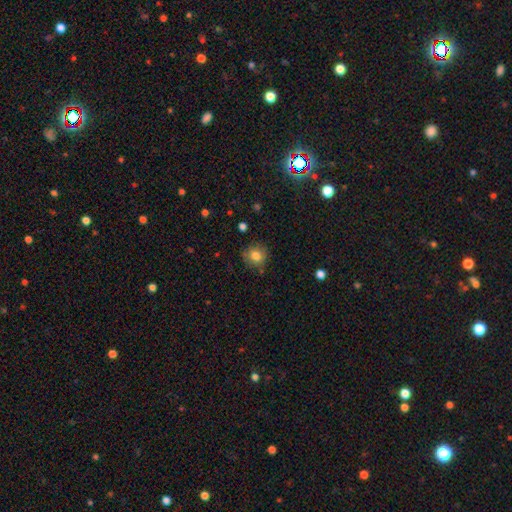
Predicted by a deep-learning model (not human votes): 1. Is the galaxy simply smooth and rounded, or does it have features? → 81% smooth, 10% star or artifact, 9% featured or disk.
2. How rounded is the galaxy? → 86% round, 13% in between, 1% cigar-shaped.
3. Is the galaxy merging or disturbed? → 82% none, 13% minor disturbance, 3% major disturbance, 2% merger.